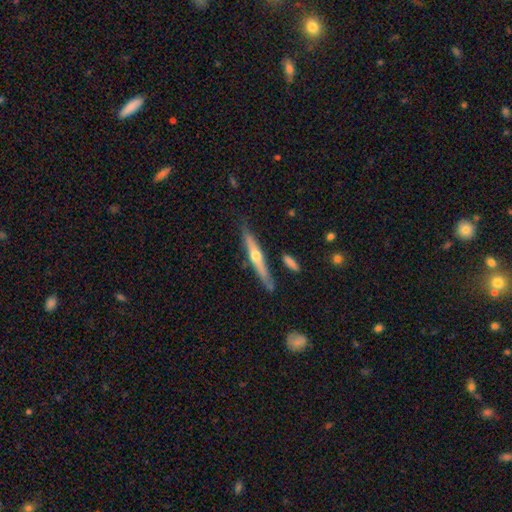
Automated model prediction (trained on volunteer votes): This is likely a featured or disk galaxy (64%). It is clearly viewed edge-on (96%). Edge-on bulge: clearly rounded (89%). Merging: likely none (79%).